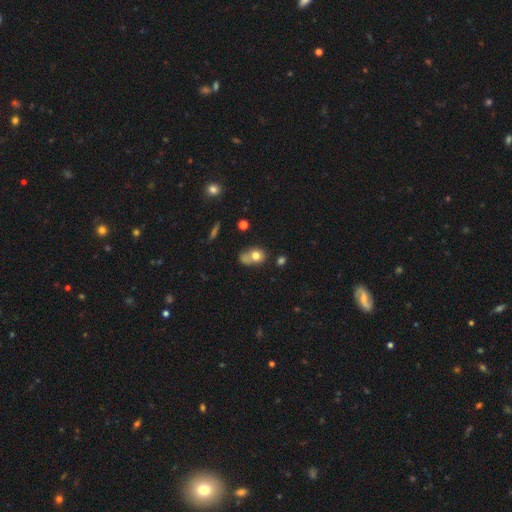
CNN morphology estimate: smooth 73%, featured or disk 16%, star or artifact 11%. Down the decision tree: how rounded — in between (51%); merging — merger (35%).